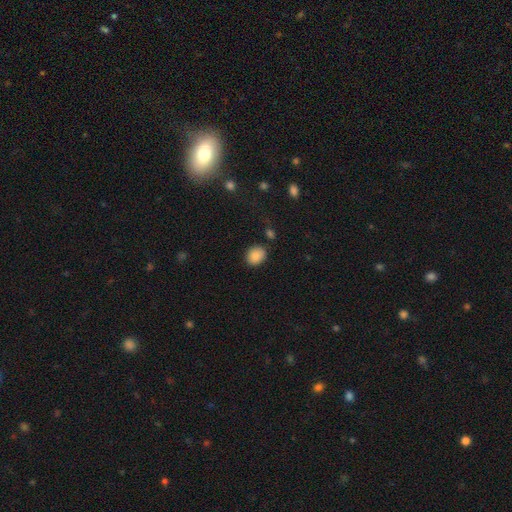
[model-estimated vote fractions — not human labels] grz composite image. It shows a smooth galaxy with no disk features (87%) that is round (51%). Merging: none (82%).